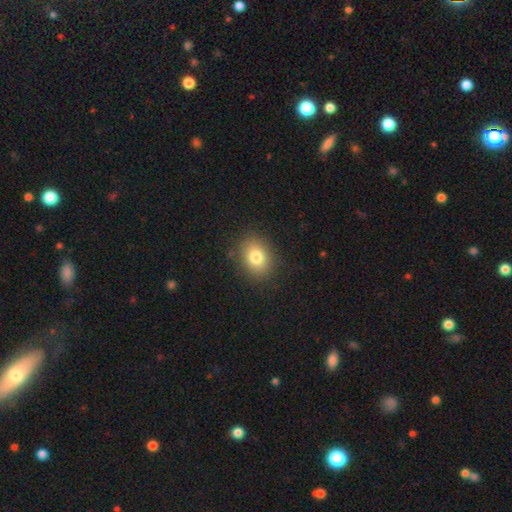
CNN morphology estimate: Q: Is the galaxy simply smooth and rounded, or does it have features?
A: smooth — 80%.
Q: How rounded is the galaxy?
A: round — 52%.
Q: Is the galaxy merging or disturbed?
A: none — 88%.